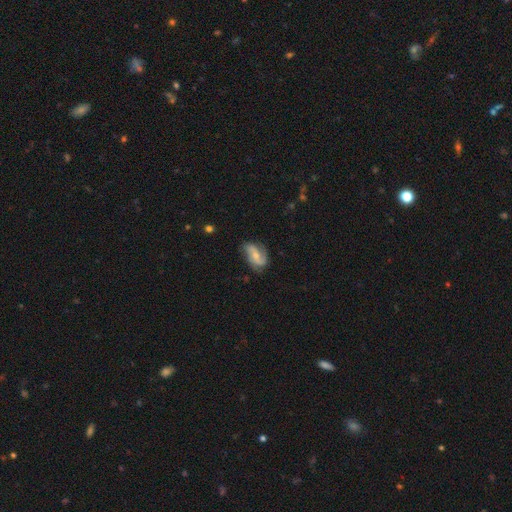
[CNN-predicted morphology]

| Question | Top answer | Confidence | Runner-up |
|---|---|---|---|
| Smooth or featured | featured or disk | 70% | smooth (23%) |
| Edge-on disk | no | 95% | yes (5%) |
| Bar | no | 42% | weak (36%) |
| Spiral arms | yes | 91% | no (9%) |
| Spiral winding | loose | 54% | medium (32%) |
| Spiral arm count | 2 | 83% | can't tell (7%) |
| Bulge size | small | 53% | moderate (40%) |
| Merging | none | 66% | minor disturbance (23%) |